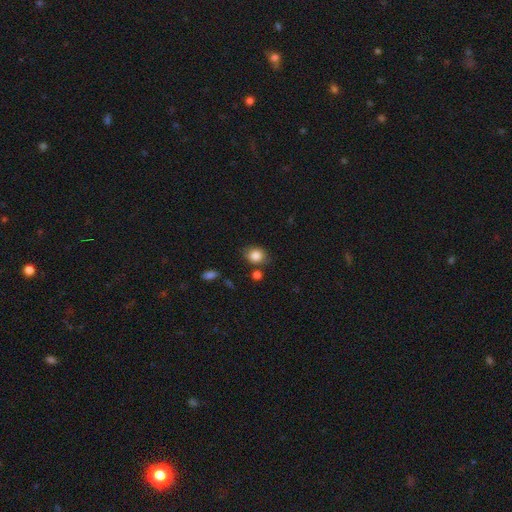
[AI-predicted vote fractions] A smooth galaxy with no disk features (85%) that is round (55%). Merging: none (73%).